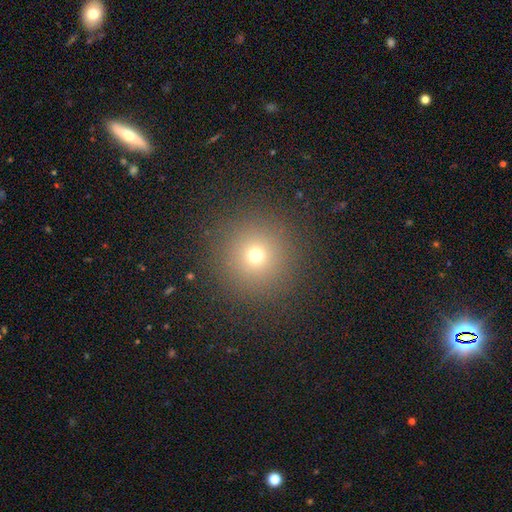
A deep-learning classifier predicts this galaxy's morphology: Smooth or featured: smooth — 70% (star or artifact — 20%)
How rounded: round — 95% (in between — 4%)
Merging: none — 89% (minor disturbance — 6%)